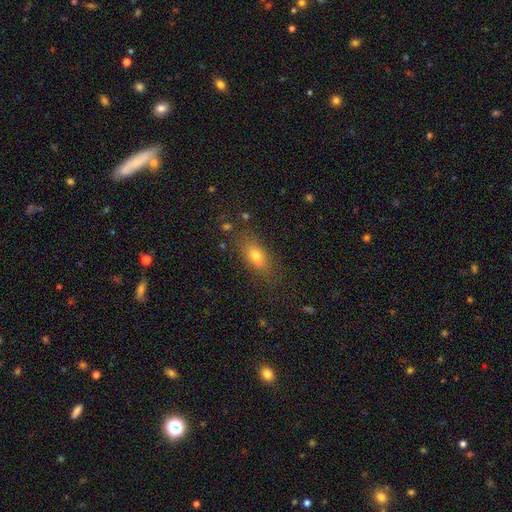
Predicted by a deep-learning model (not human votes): Smooth or featured? Predicted: smooth (p=0.70). How rounded? Predicted: in between (p=0.70). Merging? Predicted: none (p=0.72).